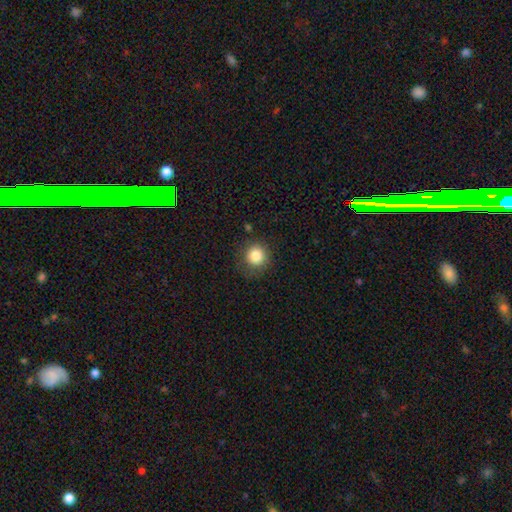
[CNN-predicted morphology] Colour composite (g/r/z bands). It shows a smooth galaxy with no disk features (84%) that is round (92%). Merging: none (80%).